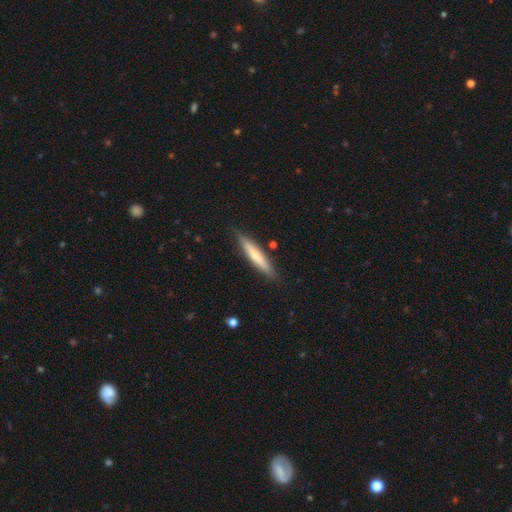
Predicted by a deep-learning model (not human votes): Morphology: type=smooth (58%); roundness=cigar-shaped (91%); merging=none (85%).